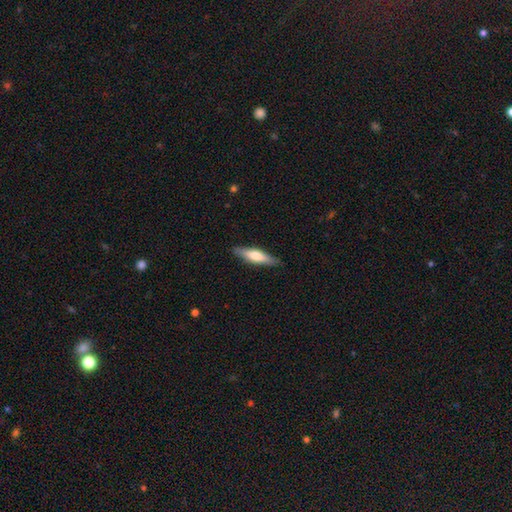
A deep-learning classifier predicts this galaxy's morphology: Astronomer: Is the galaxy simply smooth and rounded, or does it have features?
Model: smooth — 56% (runner-up: featured or disk, 38%).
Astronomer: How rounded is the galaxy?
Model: cigar-shaped — 72%.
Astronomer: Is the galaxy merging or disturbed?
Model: none — 88%.